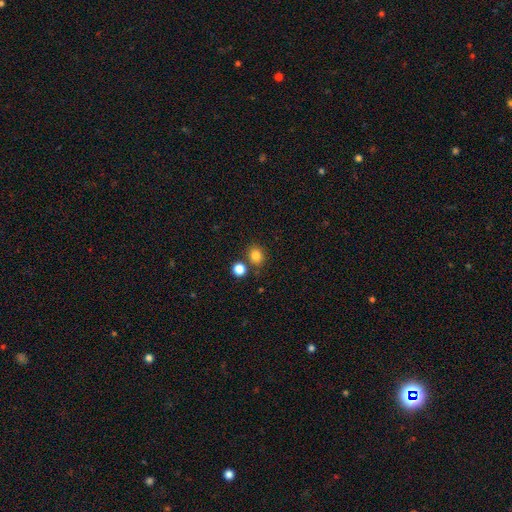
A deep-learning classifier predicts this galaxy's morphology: type=smooth (82%); roundness=round (77%); merging=none (74%).